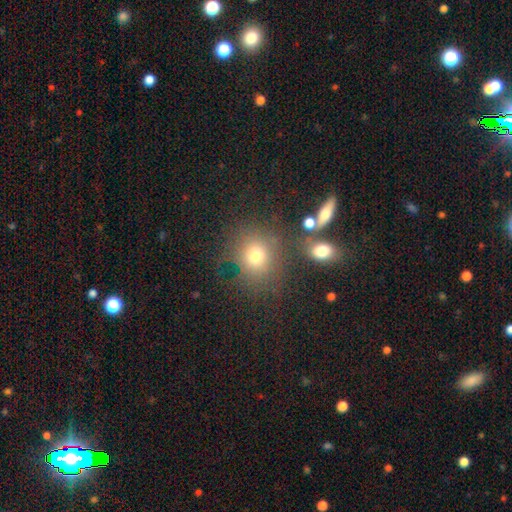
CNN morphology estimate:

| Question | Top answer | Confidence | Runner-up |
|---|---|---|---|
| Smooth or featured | smooth | 73% | star or artifact (16%) |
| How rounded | round | 82% | in between (17%) |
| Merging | none | 69% | minor disturbance (14%) |